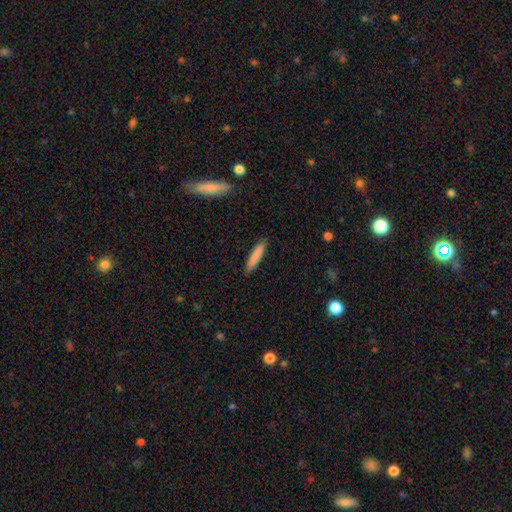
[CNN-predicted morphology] Smooth or featured?
  - smooth: 82% *
  - featured or disk: 12%
  - star or artifact: 6%
How rounded?
  - cigar-shaped: 85% *
  - in between: 14%
  - round: 1%
Merging?
  - none: 86% *
  - minor disturbance: 10%
  - major disturbance: 2%
  - merger: 1%